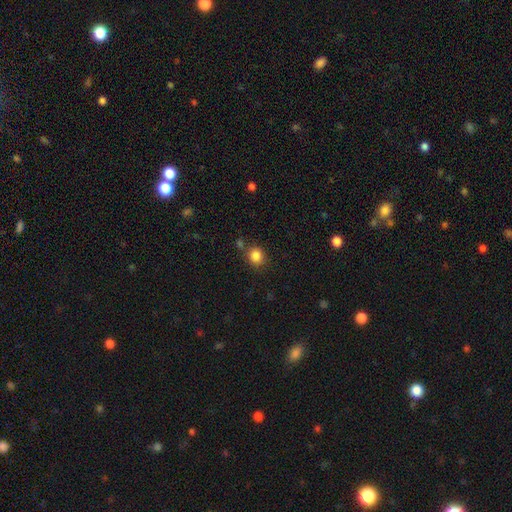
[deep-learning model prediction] Q: Smooth or featured?
A: smooth (85%); runner-up: star or artifact (11%)
Q: How rounded?
A: round (74%); runner-up: in between (26%)
Q: Merging?
A: none (74%); runner-up: minor disturbance (12%)